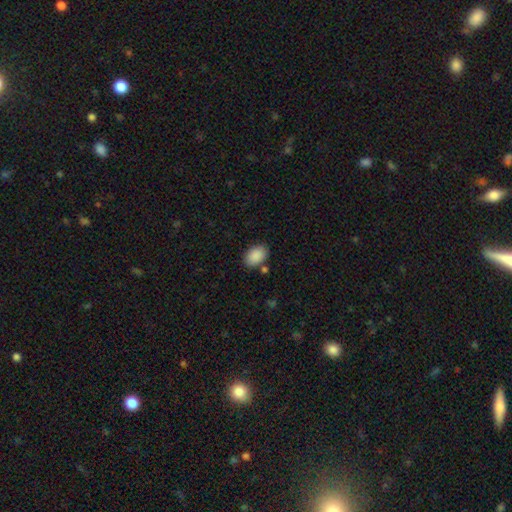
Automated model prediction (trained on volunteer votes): The model was most divided on "merging": none: 80%, minor disturbance: 12%, merger: 5%, major disturbance: 3%. More confident: smooth or featured — smooth (89%); how rounded — in between (86%).